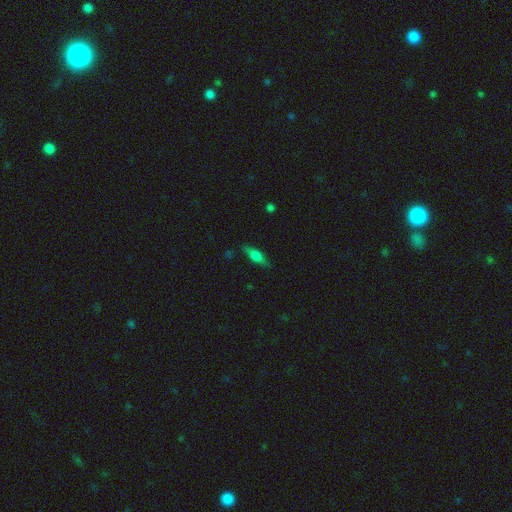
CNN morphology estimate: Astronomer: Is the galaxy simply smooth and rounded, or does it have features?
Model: smooth — 51% (runner-up: featured or disk, 41%).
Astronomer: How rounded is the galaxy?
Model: cigar-shaped — 53% (runner-up: in between, 44%).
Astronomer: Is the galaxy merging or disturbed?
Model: none — 83%.